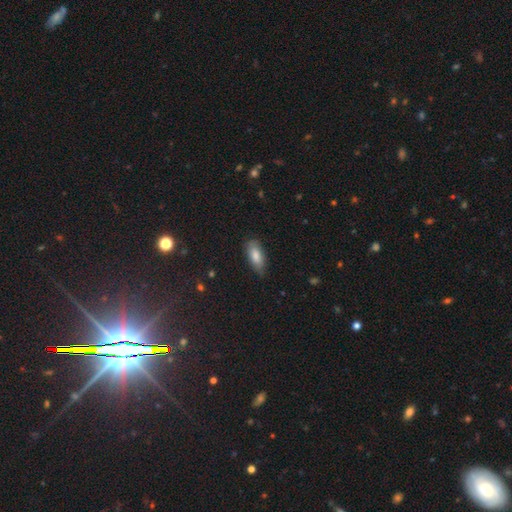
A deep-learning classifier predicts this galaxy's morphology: This is likely a smooth galaxy (79%). How rounded: clearly in between (84%). Merging: likely none (75%).